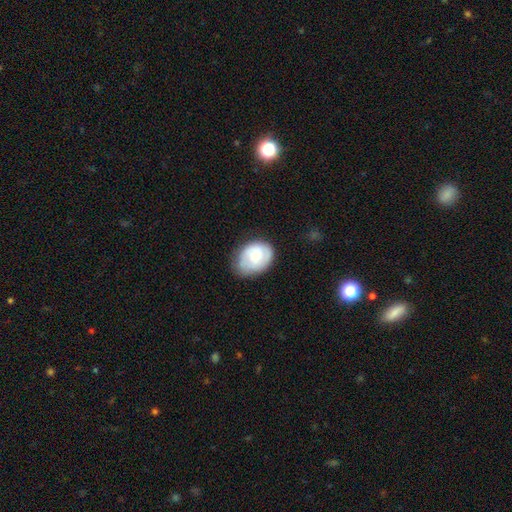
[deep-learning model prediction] Smooth or featured: smooth — 60% (featured or disk — 34%)
How rounded: in between — 63% (round — 37%)
Merging: none — 60% (minor disturbance — 30%)